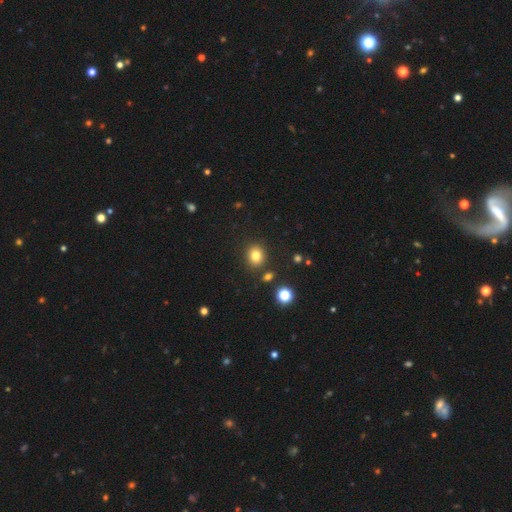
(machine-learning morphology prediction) Q: Smooth or featured?
A: smooth (81%); runner-up: star or artifact (13%)
Q: How rounded?
A: round (71%); runner-up: in between (28%)
Q: Merging?
A: none (84%); runner-up: minor disturbance (8%)